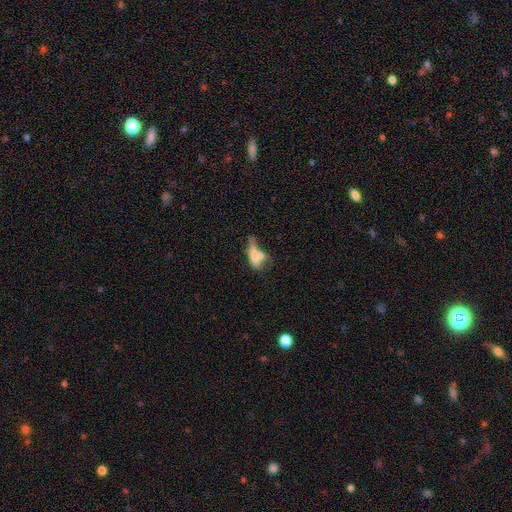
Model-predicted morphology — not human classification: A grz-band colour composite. It shows a smooth galaxy with no disk features (58%) that is in between round and cigar-shaped (52%). Merging: merger (41%).